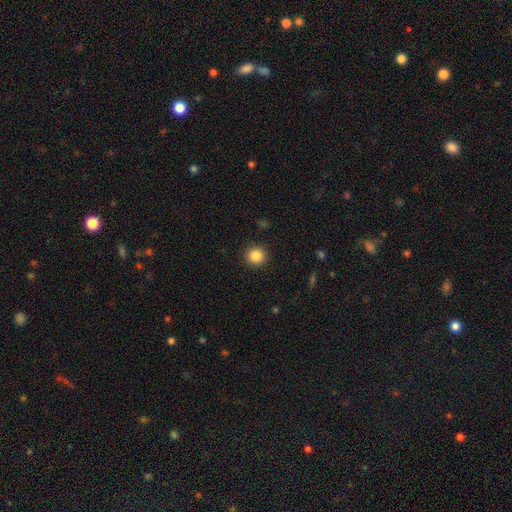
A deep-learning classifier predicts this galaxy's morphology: Overall: smooth (86%). How rounded: round (94%). Merging: none (92%).